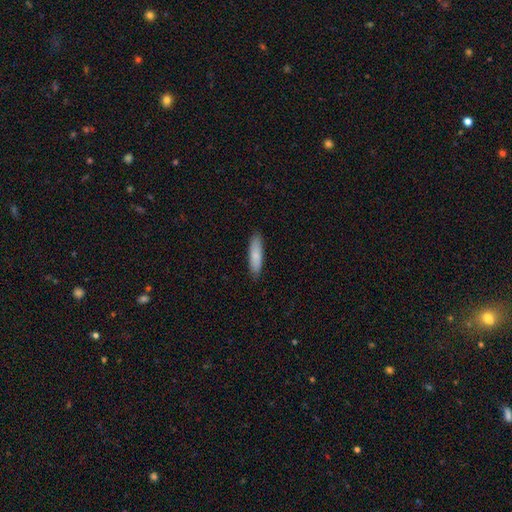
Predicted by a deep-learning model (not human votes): Smooth or featured? Predicted: smooth (p=0.82). How rounded? Predicted: cigar-shaped (p=0.71). Merging? Predicted: none (p=0.87).